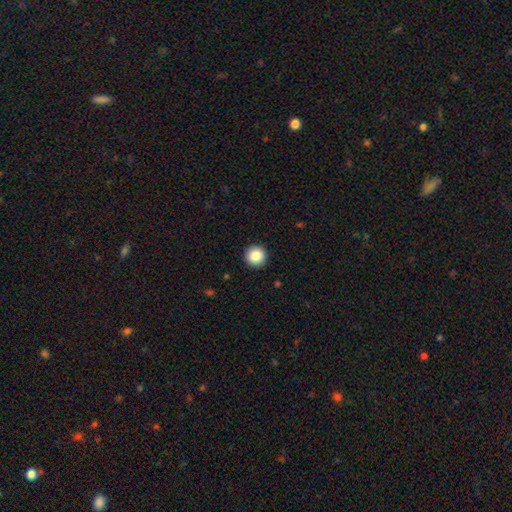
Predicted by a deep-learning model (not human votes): Q: Smooth or featured?
A: smooth (87%); runner-up: star or artifact (9%)
Q: How rounded?
A: round (96%); runner-up: in between (3%)
Q: Merging?
A: none (93%); runner-up: minor disturbance (5%)